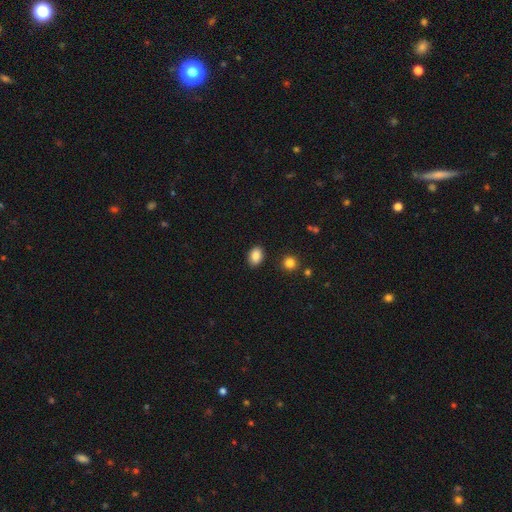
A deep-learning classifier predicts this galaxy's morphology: Overall: smooth (87%). How rounded: in between (79%). Merging: none (88%).